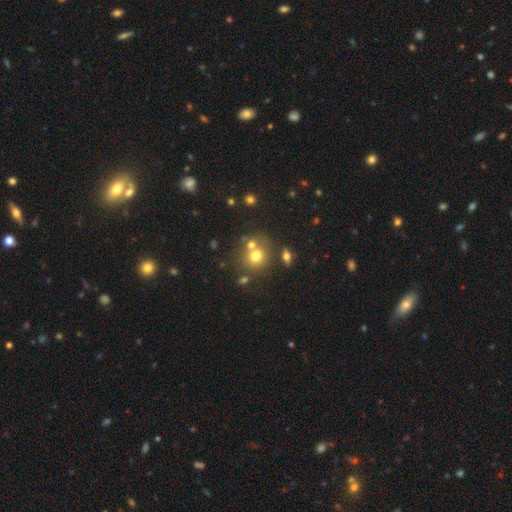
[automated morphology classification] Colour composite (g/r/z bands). It shows a smooth galaxy with no disk features (69%) that is round (83%). Merging: none (56%).